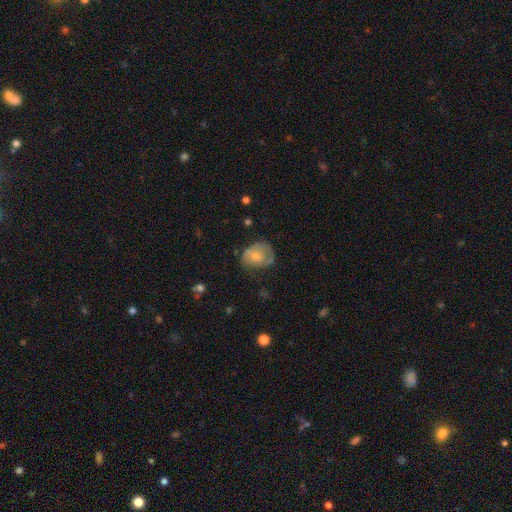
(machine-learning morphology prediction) This appears to be a smooth galaxy with no disk features (58%) that is in between round and cigar-shaped (52%). Merging: none (46%).